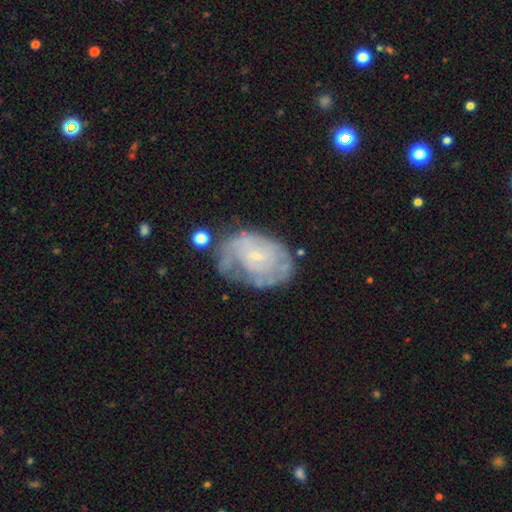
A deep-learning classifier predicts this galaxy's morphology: Smooth or featured: featured or disk — 69% (smooth — 23%)
Edge-on disk: no — 97% (yes — 3%)
Bar: no — 75% (weak — 22%)
Spiral arms: yes — 72% (no — 28%)
Bulge size: small — 80% (moderate — 14%)
Merging: none — 49% (minor disturbance — 29%)